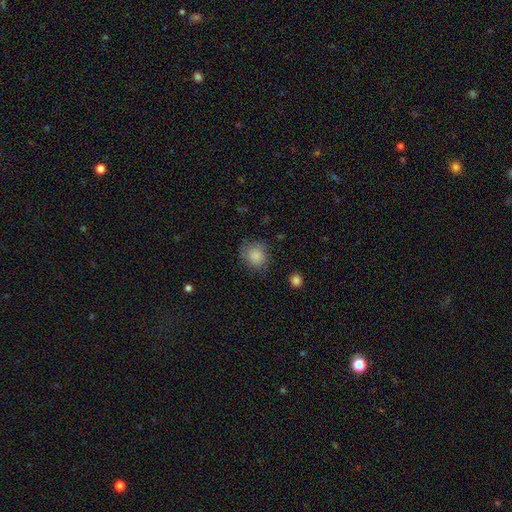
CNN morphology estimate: Smooth or featured: smooth — 83% (star or artifact — 9%)
How rounded: round — 81% (in between — 18%)
Merging: none — 71% (minor disturbance — 21%)